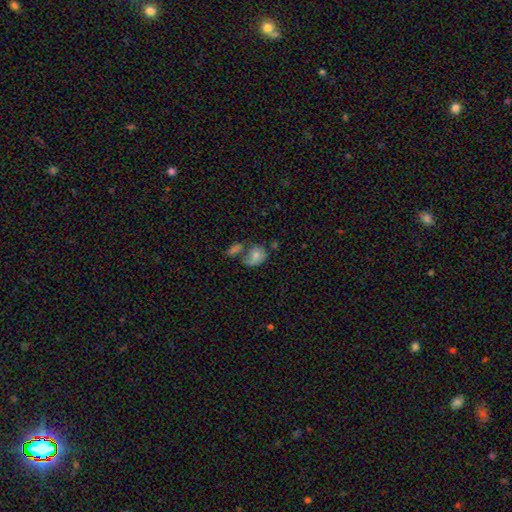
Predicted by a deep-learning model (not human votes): smooth_or_featured: smooth (p=0.69) [alt: featured or disk p=0.22]
how_rounded: in between (p=0.60) [alt: round p=0.38]
merging: merger (p=0.36) [alt: none p=0.30]